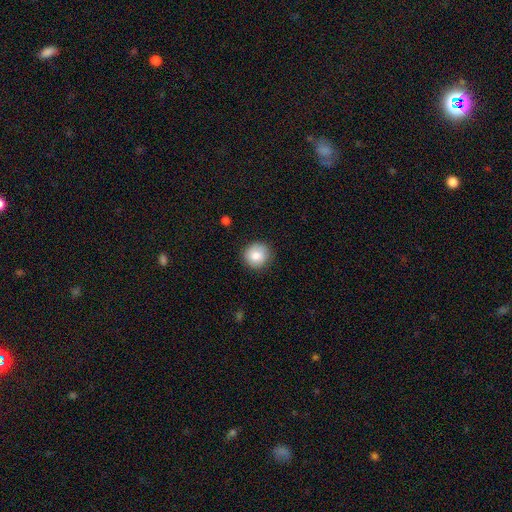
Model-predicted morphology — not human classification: This appears to be a smooth galaxy with no disk features (82%) that is round (91%). Merging: none (86%).